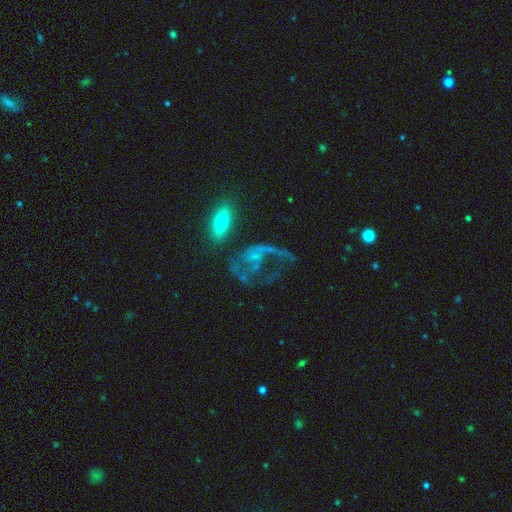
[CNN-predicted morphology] featured or disk 62%, smooth 22%, star or artifact 16%. Down the decision tree: edge-on disk — no (93%); bar — no (78%); spiral arms — no (53%); bulge size — none (49%); merging — major disturbance (46%).